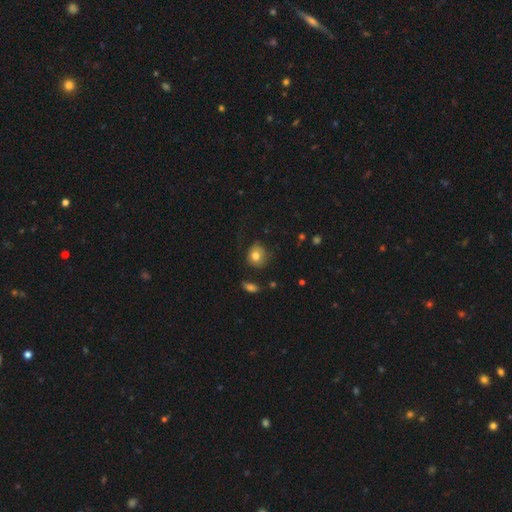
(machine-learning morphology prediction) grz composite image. It shows a smooth galaxy with no disk features (79%) that is round (78%). Merging: none (64%).